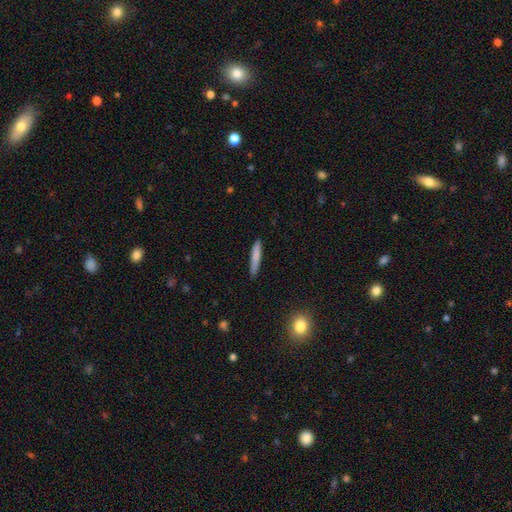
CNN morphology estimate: A smooth galaxy with no disk features (80%) that is cigar-shaped (92%). Merging: none (87%).